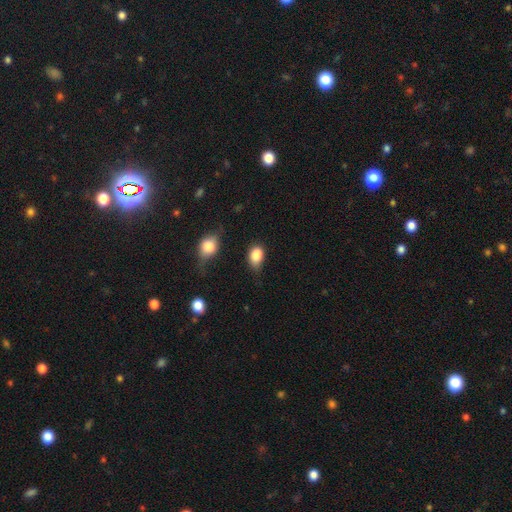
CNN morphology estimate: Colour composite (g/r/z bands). It shows a smooth galaxy with no disk features (85%) that is in between round and cigar-shaped (77%). Merging: none (52%).